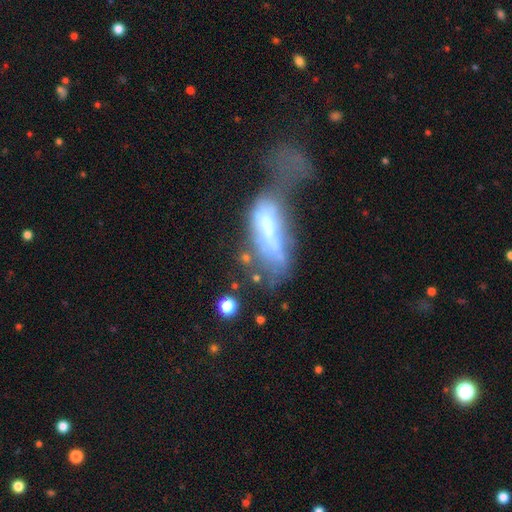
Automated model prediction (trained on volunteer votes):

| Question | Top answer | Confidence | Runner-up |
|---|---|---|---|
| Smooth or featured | featured or disk | 46% | smooth (41%) |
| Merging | major disturbance | 49% | merger (25%) |